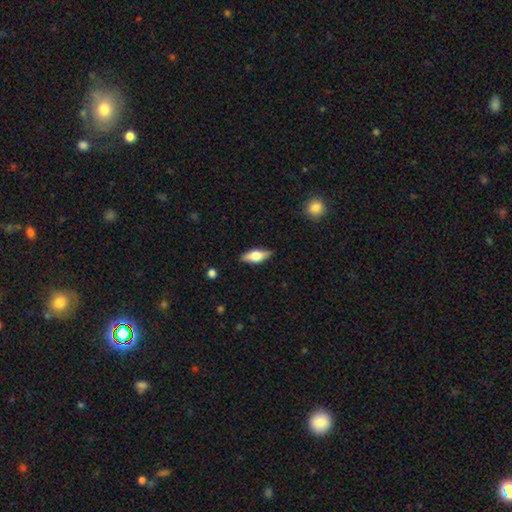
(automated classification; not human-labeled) smooth_or_featured: smooth (p=0.52) [alt: featured or disk p=0.42]
how_rounded: in between (p=0.71) [alt: cigar-shaped p=0.26]
merging: none (p=0.85) [alt: minor disturbance p=0.11]